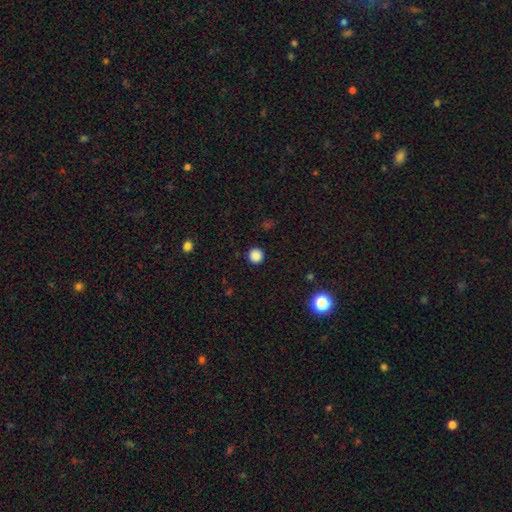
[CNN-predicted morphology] smooth-or-featured: smooth: 86% | star or artifact: 11% | featured or disk: 3%
  how-rounded: round: 95% | in between: 4% | cigar-shaped: 1%
  merging: none: 92% | minor disturbance: 5% | major disturbance: 2% | merger: 1%